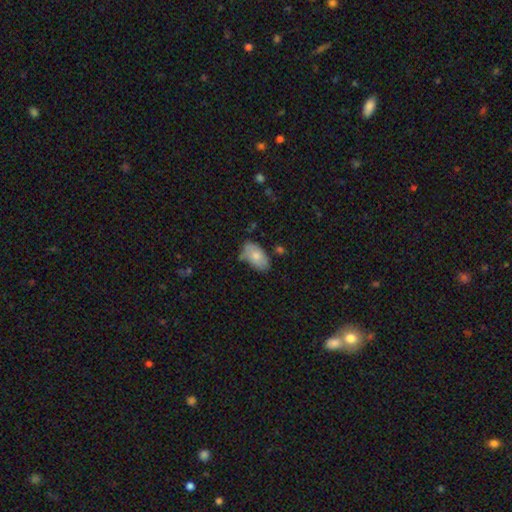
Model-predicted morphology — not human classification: This is likely a smooth galaxy (76%). How rounded: clearly in between (94%). Merging: possibly none (59%).